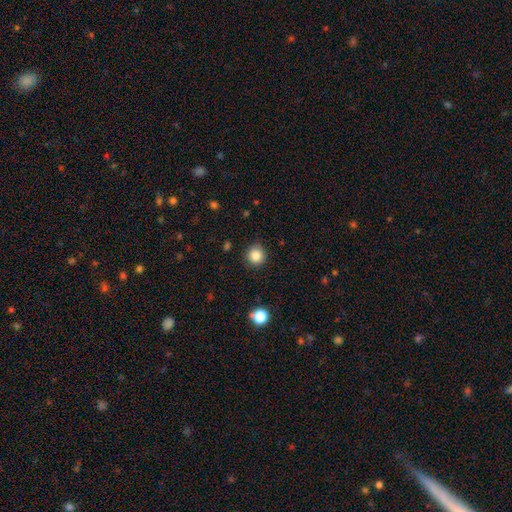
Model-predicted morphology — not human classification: Overall: smooth (84%). How rounded: round (93%). Merging: none (89%).